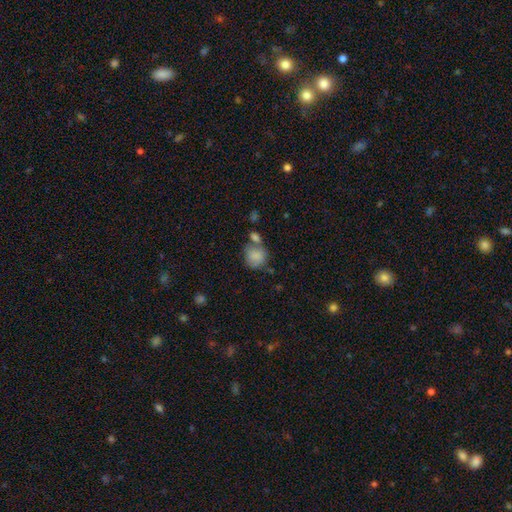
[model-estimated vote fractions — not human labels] This is clearly a smooth galaxy (82%). How rounded: likely round (73%). Merging: marginally none (45%).